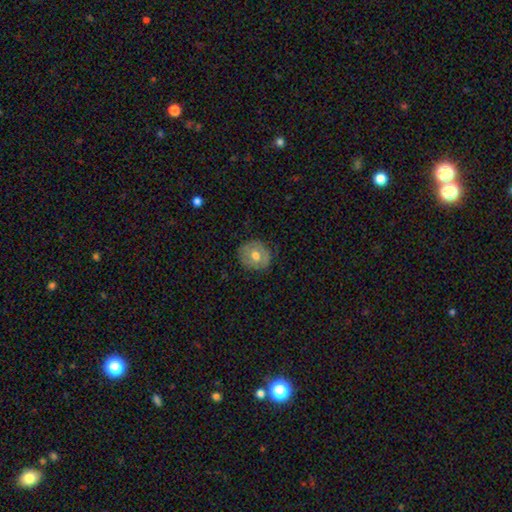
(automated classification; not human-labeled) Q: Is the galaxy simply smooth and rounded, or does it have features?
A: smooth — 58%.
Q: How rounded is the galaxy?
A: round — 80%.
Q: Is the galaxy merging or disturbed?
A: none — 81%.